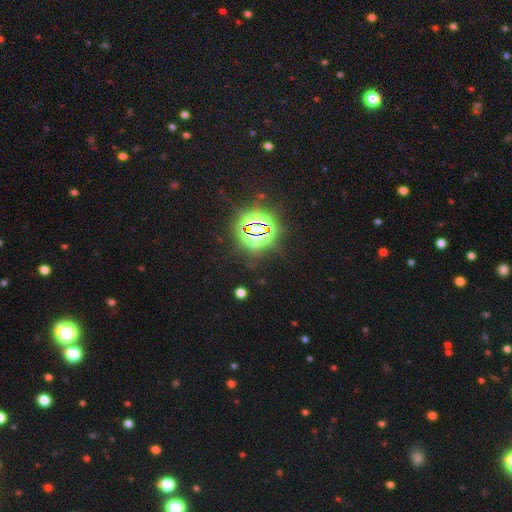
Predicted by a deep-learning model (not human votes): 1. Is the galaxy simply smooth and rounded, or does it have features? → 80% star or artifact, 14% smooth, 6% featured or disk.